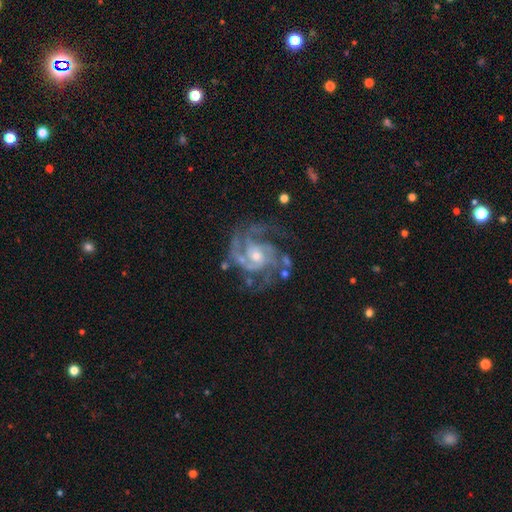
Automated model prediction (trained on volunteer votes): featured or disk 92%, star or artifact 5%, smooth 3%. Down the decision tree: edge-on disk — no (98%); bar — no (63%); spiral arms — yes (98%); spiral arm count — 3 (43%); spiral winding — medium (47%); bulge size — moderate (50%); merging — none (64%).